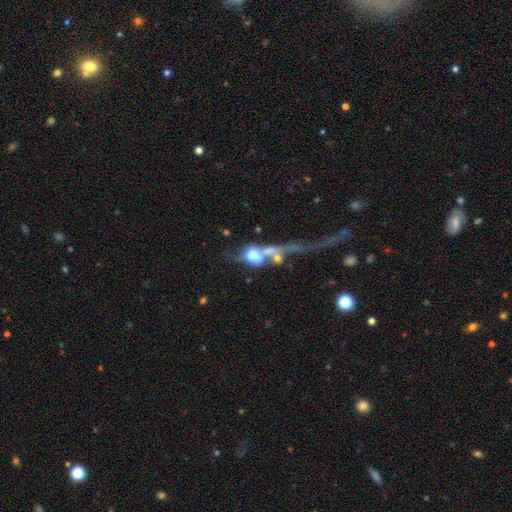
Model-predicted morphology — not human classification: Smooth or featured? Predicted: smooth (p=0.44). Merging? Predicted: merger (p=0.52).